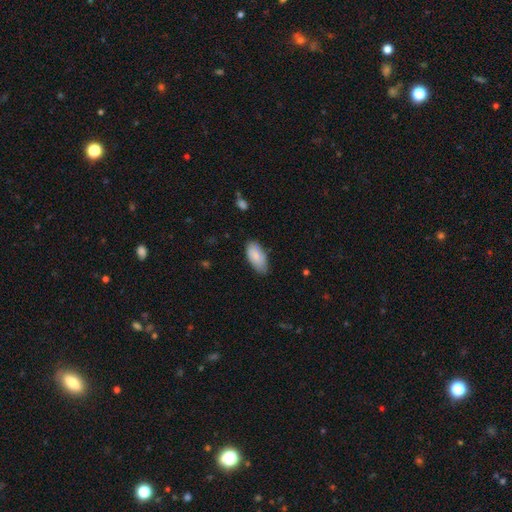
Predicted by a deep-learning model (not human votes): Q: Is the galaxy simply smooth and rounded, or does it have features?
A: smooth — 83%.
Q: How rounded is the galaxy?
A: in between — 93%.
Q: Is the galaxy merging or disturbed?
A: none — 69%.